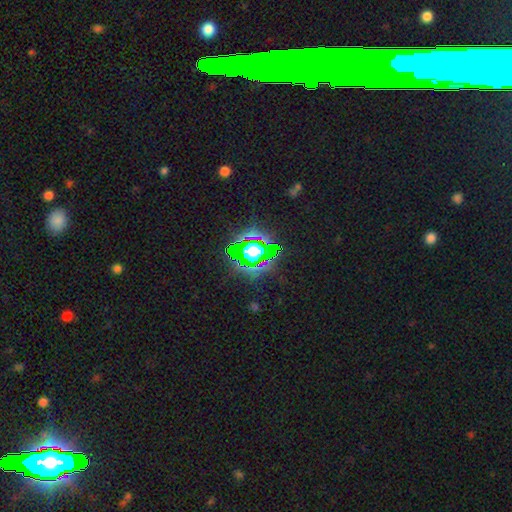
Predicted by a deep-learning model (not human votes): Smooth or featured? star or artifact (67%)